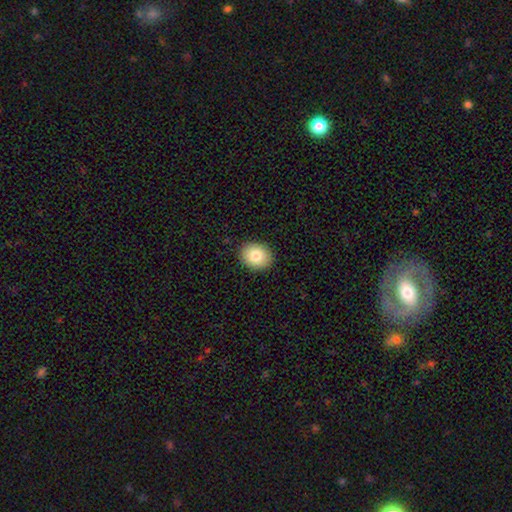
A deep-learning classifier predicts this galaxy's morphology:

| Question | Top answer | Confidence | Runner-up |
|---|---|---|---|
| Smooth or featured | smooth | 83% | featured or disk (9%) |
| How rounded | round | 57% | in between (42%) |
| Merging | none | 91% | minor disturbance (7%) |